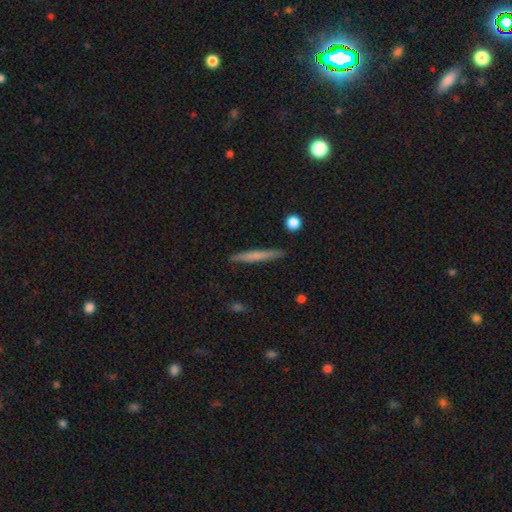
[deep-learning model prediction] Overall: smooth (63%; featured or disk 31%). How rounded: cigar-shaped (95%). Merging: none (90%).